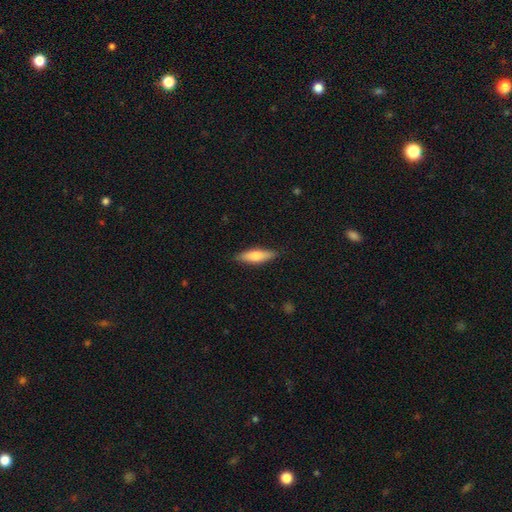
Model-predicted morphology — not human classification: type=smooth (69%); roundness=cigar-shaped (55%); merging=none (86%).